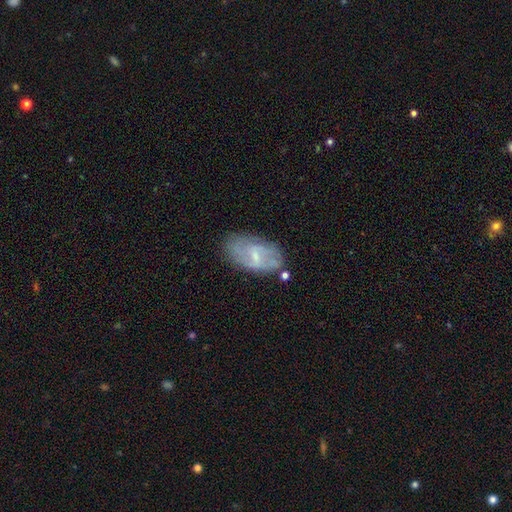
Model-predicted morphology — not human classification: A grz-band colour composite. It shows a featured or disk galaxy (63%) with a weak bar (58%), spiral arms (71%) and a small central bulge (63%). Merging: none (64%).